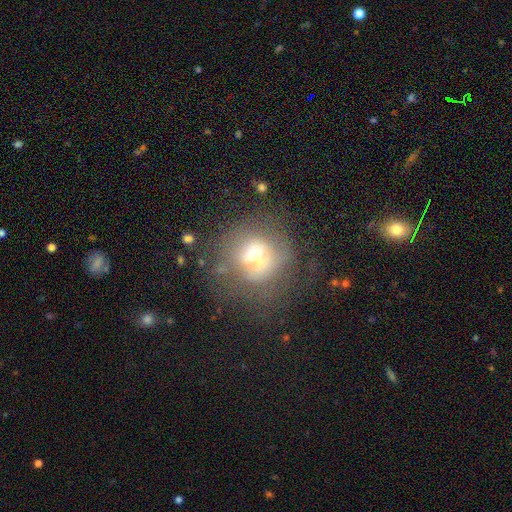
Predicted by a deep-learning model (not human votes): Smooth or featured? smooth (54%)
How rounded? round (88%)
Merging? none (52%)